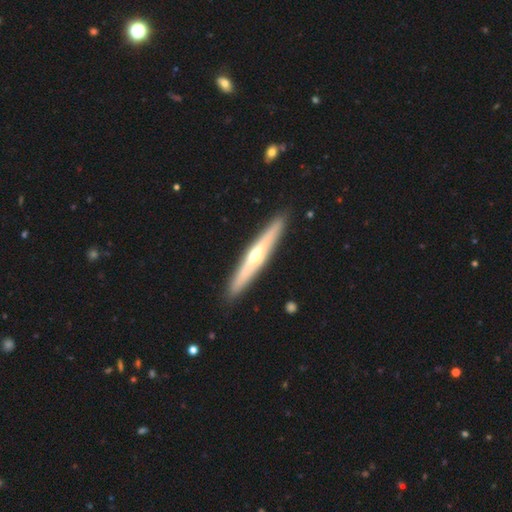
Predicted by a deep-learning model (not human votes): smooth_or_featured: featured or disk (p=0.64) [alt: smooth p=0.31]
disk_edge_on: yes (p=0.93) [alt: no p=0.07]
edge_on_bulge: rounded (p=0.85) [alt: none p=0.13]
merging: none (p=0.91) [alt: minor disturbance p=0.06]